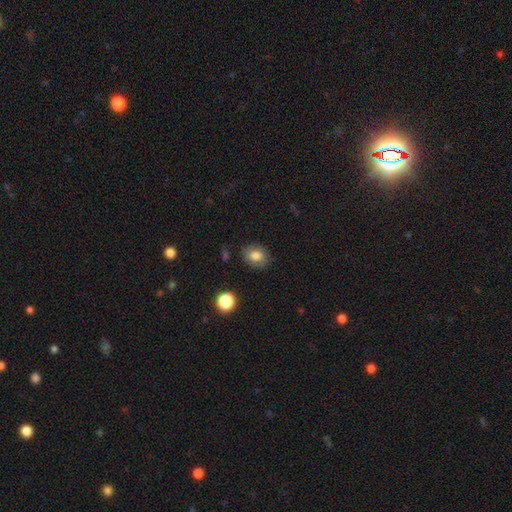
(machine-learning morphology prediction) Overall: smooth (80%). How rounded: in between (64%; round 35%). Merging: none (83%).